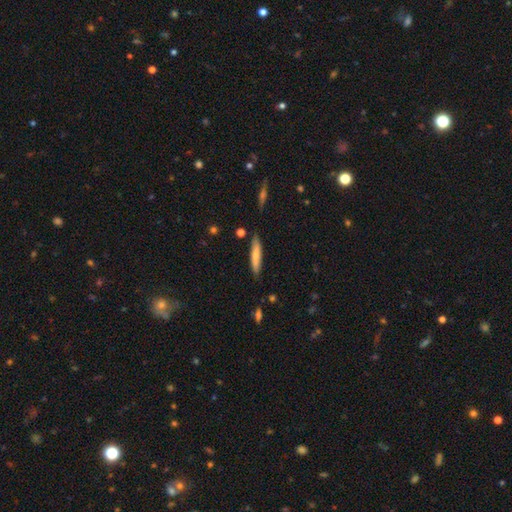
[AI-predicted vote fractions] Q: Smooth or featured?
A: smooth (75%); runner-up: featured or disk (19%)
Q: How rounded?
A: cigar-shaped (88%); runner-up: in between (11%)
Q: Merging?
A: none (84%); runner-up: minor disturbance (12%)